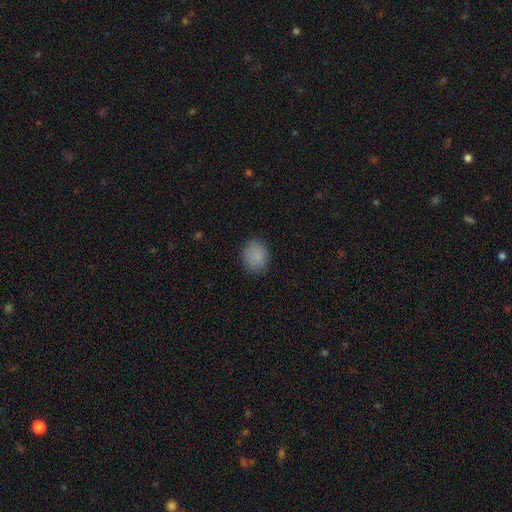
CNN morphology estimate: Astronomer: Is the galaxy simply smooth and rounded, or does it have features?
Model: smooth — 86%.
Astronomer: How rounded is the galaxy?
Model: round — 60% (runner-up: in between, 39%).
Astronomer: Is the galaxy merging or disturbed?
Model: none — 84%.